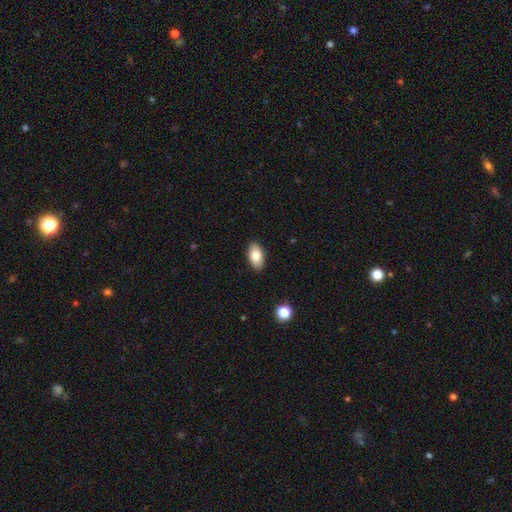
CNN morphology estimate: This is clearly a smooth galaxy (82%). How rounded: clearly in between (93%). Merging: clearly none (89%).